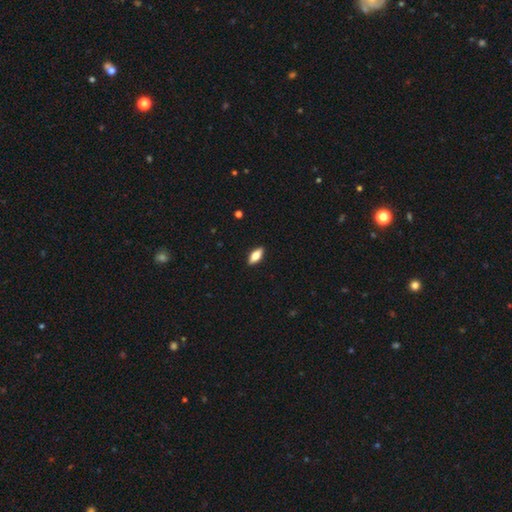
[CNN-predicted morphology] This is likely a smooth galaxy (70%). How rounded: clearly in between (80%). Merging: clearly none (90%).